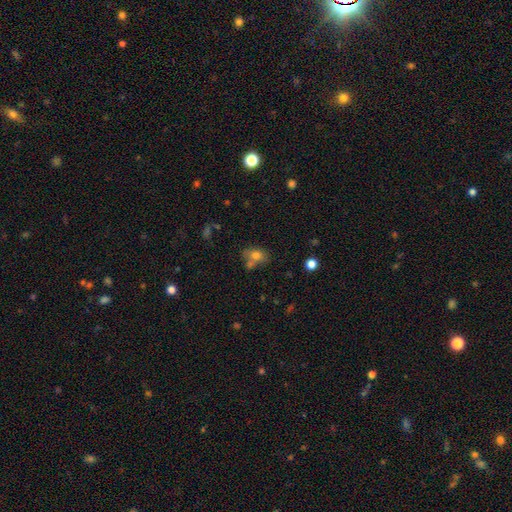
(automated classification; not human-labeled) Smooth or featured? smooth (75%)
How rounded? in between (62%)
Merging? none (50%)